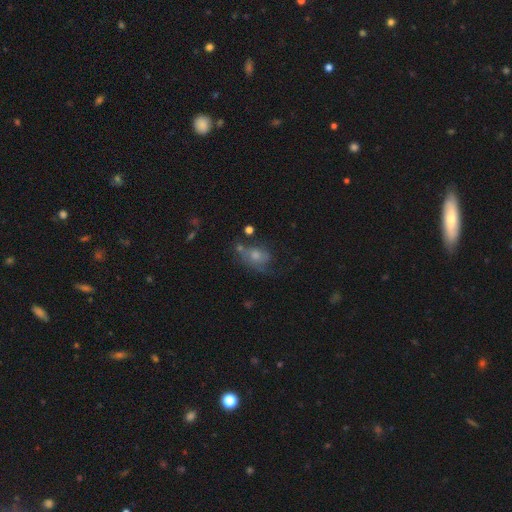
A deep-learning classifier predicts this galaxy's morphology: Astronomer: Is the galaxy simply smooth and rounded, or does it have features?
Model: smooth — 53% (runner-up: featured or disk, 35%).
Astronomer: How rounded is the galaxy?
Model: in between — 66%.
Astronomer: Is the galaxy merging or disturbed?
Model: none — 35% (runner-up: major disturbance, 30%).